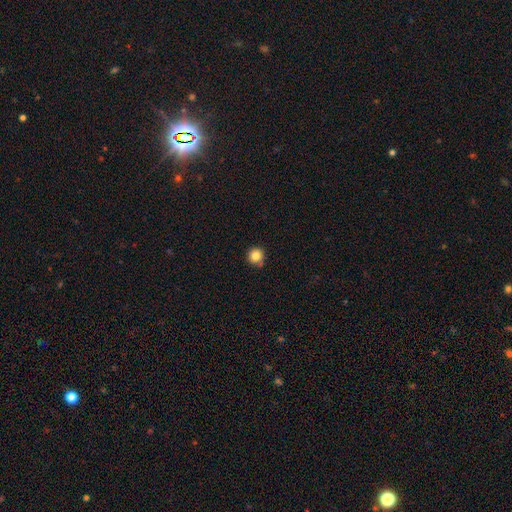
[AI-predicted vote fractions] A smooth galaxy with no disk features (83%) that is round (95%). Merging: none (81%).